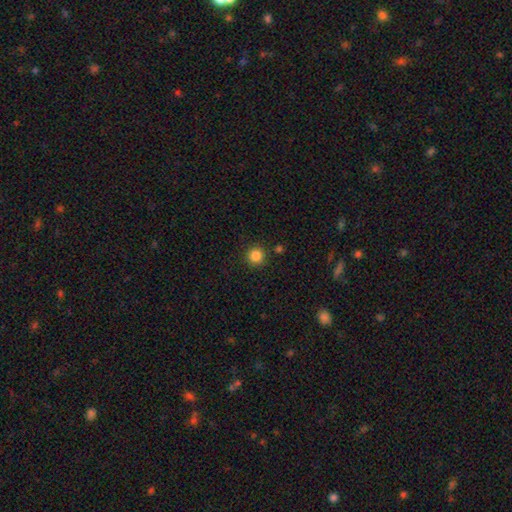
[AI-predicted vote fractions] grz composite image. It shows a smooth galaxy with no disk features (84%) that is round (95%). Merging: none (89%).